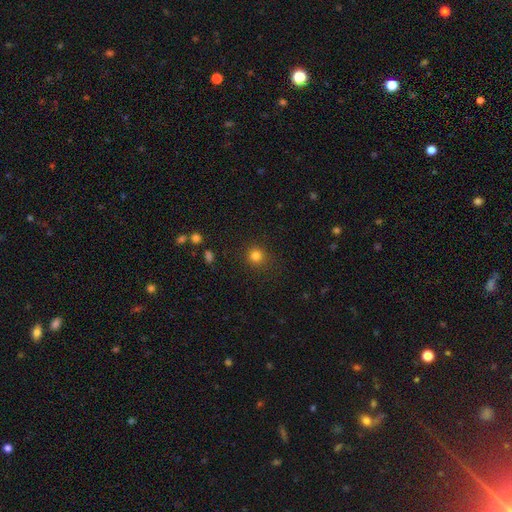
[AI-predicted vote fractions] Smooth or featured?
  - smooth: 81% *
  - star or artifact: 14%
  - featured or disk: 5%
How rounded?
  - round: 91% *
  - in between: 8%
  - cigar-shaped: 1%
Merging?
  - none: 88% *
  - minor disturbance: 8%
  - major disturbance: 3%
  - merger: 1%